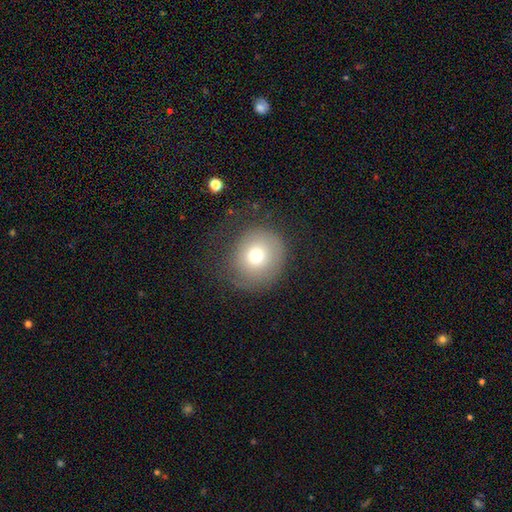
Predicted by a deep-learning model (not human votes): smooth-or-featured: smooth: 71% | featured or disk: 17% | star or artifact: 12%
  how-rounded: round: 89% | in between: 10% | cigar-shaped: 1%
  merging: none: 68% | minor disturbance: 18% | major disturbance: 13% | merger: 1%